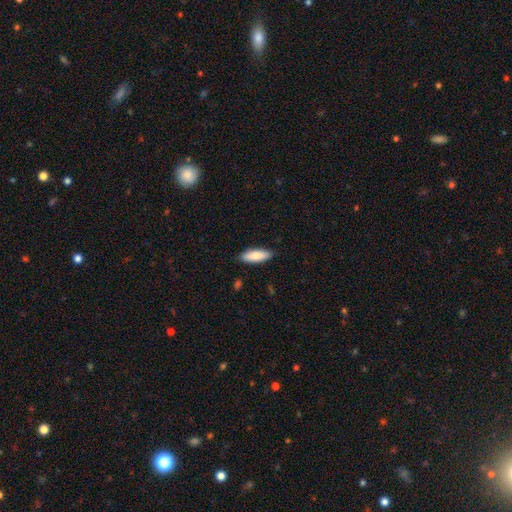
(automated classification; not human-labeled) A smooth galaxy with no disk features (79%) that is in between round and cigar-shaped (66%). Merging: none (86%).